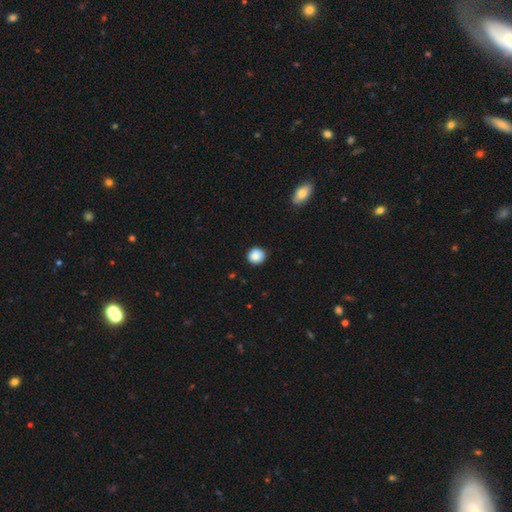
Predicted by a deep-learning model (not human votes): A smooth galaxy with no disk features (87%) that is round (90%). Merging: none (87%).